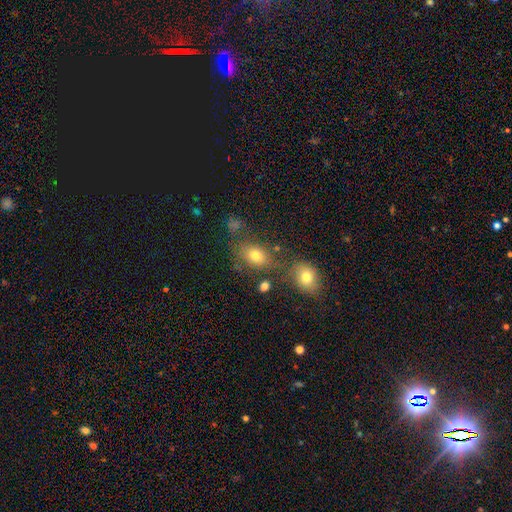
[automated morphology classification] A smooth galaxy with no disk features (75%) that is in between round and cigar-shaped (73%). Merging: none (63%).